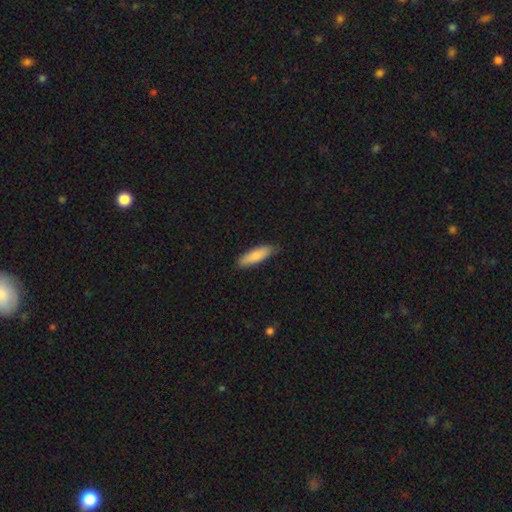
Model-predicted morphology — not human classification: Overall: smooth (85%). How rounded: cigar-shaped (58%; in between 41%). Merging: none (84%).